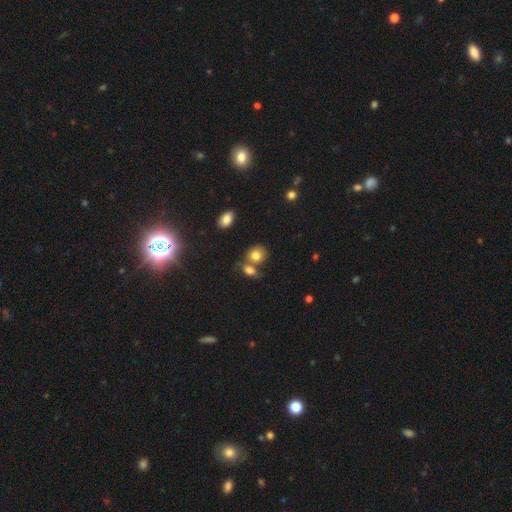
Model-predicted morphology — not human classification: smooth 78%, featured or disk 11%, star or artifact 11%. Down the decision tree: how rounded — round (65%); merging — none (49%).